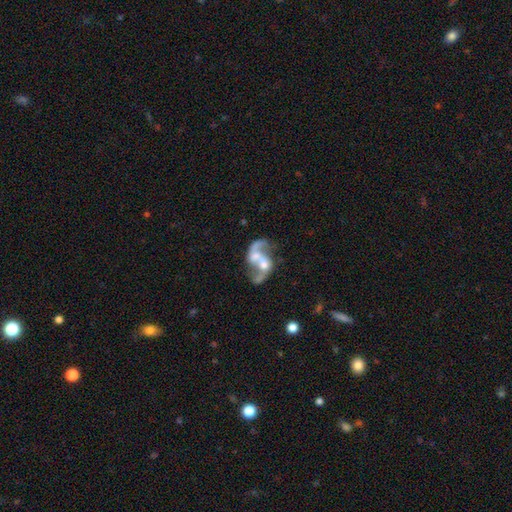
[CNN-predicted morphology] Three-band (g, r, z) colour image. It shows a featured or disk galaxy (77%) with no bar (56%), 2 (80%) loose (73%) spiral arms (79%) and a moderate central bulge (43%). Merging: merger (51%).